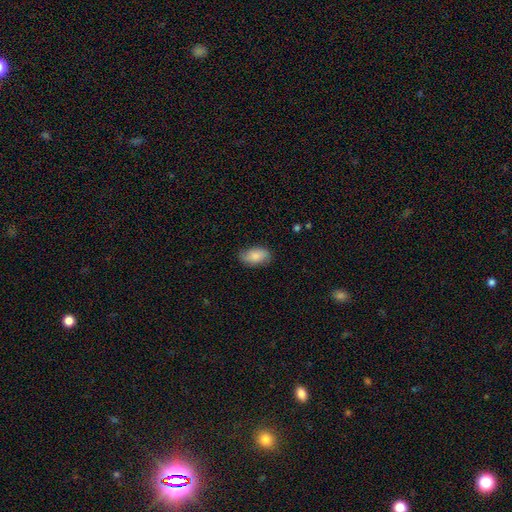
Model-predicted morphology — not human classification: Smooth or featured? Predicted: smooth (p=0.78). How rounded? Predicted: in between (p=0.93). Merging? Predicted: none (p=0.78).